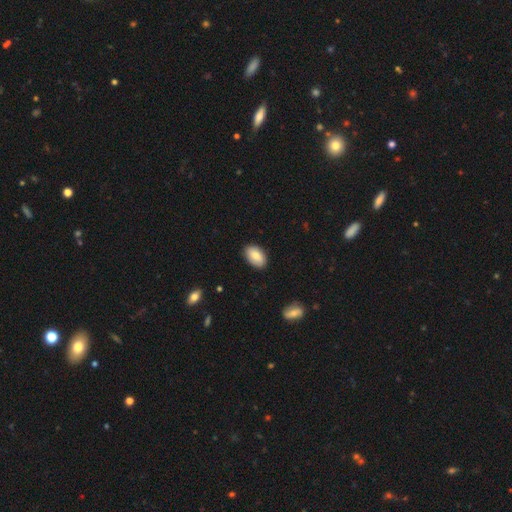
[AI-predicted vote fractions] Overall: smooth (80%). How rounded: in between (94%). Merging: none (85%).